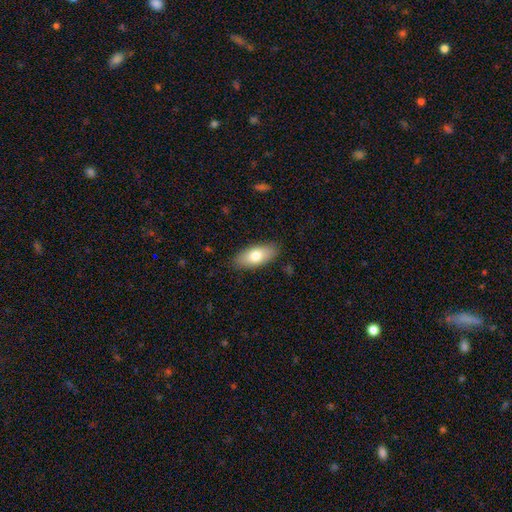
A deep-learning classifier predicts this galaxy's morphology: A smooth galaxy with no disk features (75%) that is in between round and cigar-shaped (84%).

Vote fractions:
- Smooth or featured? smooth: 75% / featured or disk: 19% / star or artifact: 6%
- How rounded? in between: 84% / cigar-shaped: 13% / round: 3%
- Merging? none: 87% / minor disturbance: 10% / major disturbance: 2% / merger: 1%